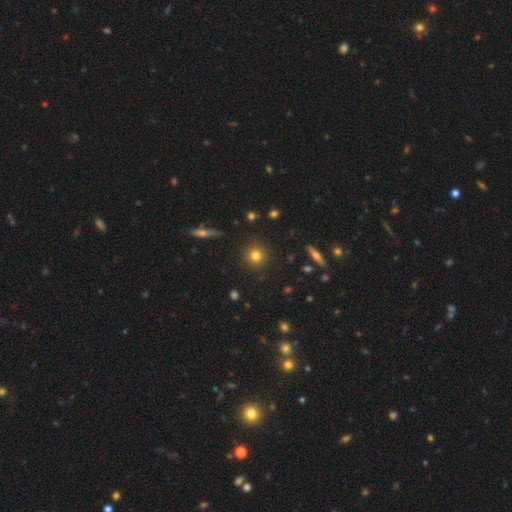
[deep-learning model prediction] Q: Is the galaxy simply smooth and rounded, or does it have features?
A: smooth — 78%.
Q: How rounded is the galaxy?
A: round — 92%.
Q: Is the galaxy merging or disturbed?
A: none — 90%.